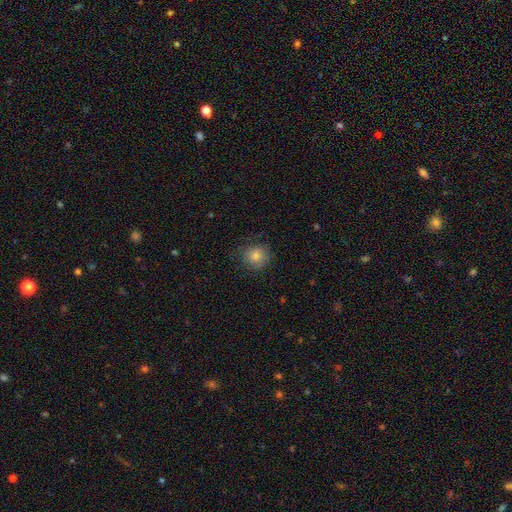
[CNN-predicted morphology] Smooth or featured? smooth (76%)
How rounded? round (87%)
Merging? none (78%)